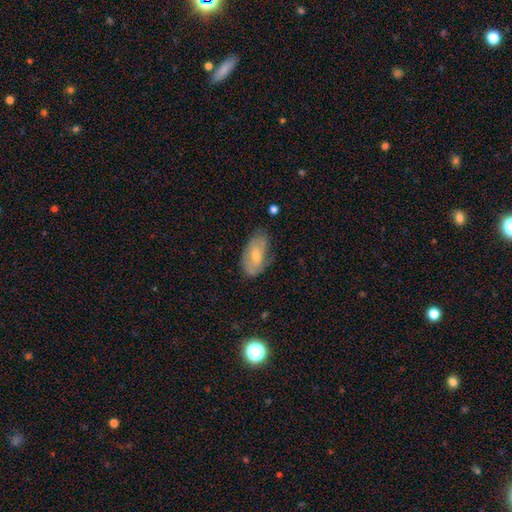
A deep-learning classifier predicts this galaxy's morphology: A smooth galaxy with no disk features (56%) that is in between round and cigar-shaped (92%).

Vote fractions:
- Smooth or featured? smooth: 56% / featured or disk: 37% / star or artifact: 7%
- How rounded? in between: 92% / round: 5% / cigar-shaped: 3%
- Merging? none: 61% / minor disturbance: 29% / major disturbance: 9% / merger: 2%